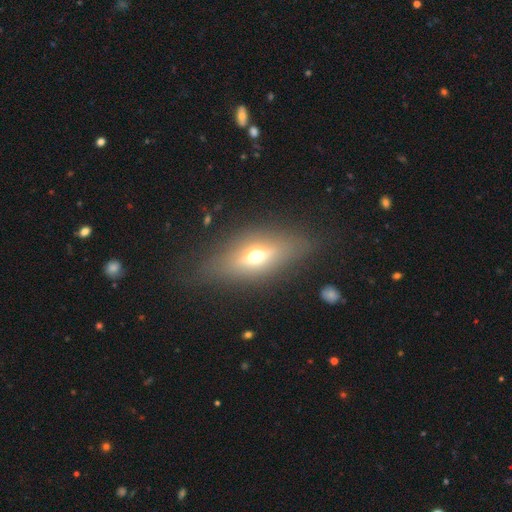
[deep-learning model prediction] Smooth or featured?
  - smooth: 46% *
  - featured or disk: 43%
  - star or artifact: 11%
Merging?
  - none: 76% *
  - minor disturbance: 14%
  - major disturbance: 8%
  - merger: 2%